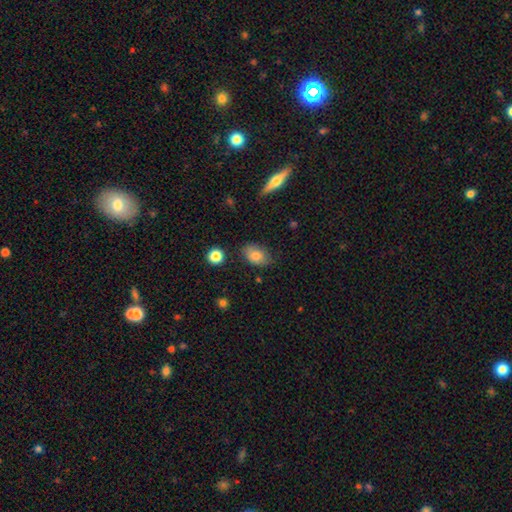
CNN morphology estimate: Q: Smooth or featured?
A: smooth (80%); runner-up: featured or disk (11%)
Q: How rounded?
A: in between (85%); runner-up: round (13%)
Q: Merging?
A: none (75%); runner-up: minor disturbance (19%)